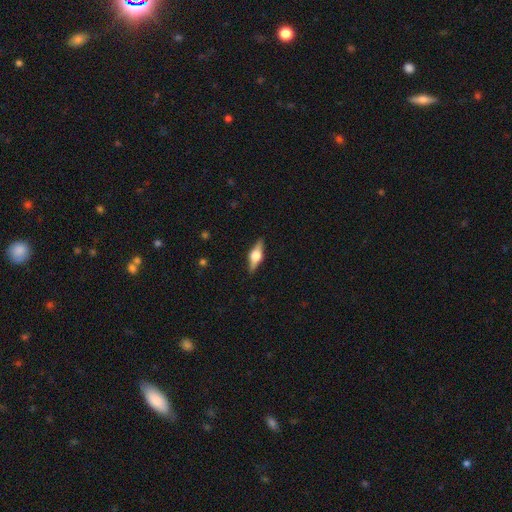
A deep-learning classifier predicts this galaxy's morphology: Smooth or featured? Predicted: featured or disk (p=0.69). Edge-on disk? Predicted: yes (p=0.96). Edge-on bulge? Predicted: rounded (p=0.92). Merging? Predicted: none (p=0.89).